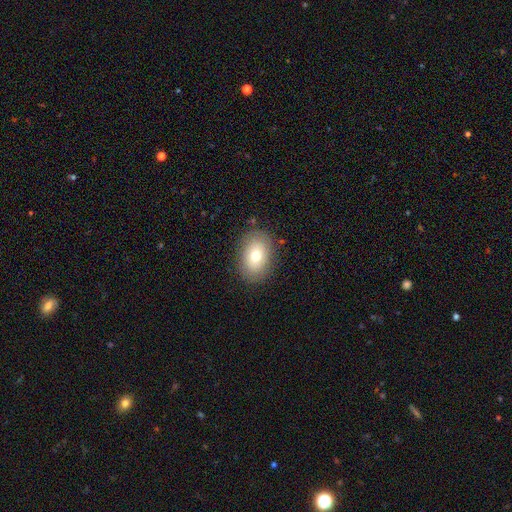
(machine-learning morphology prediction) A smooth galaxy with no disk features (72%) that is in between round and cigar-shaped (74%).

Vote fractions:
- Smooth or featured? smooth: 72% / featured or disk: 18% / star or artifact: 10%
- How rounded? in between: 74% / round: 25% / cigar-shaped: 1%
- Merging? none: 85% / minor disturbance: 10% / major disturbance: 3% / merger: 1%